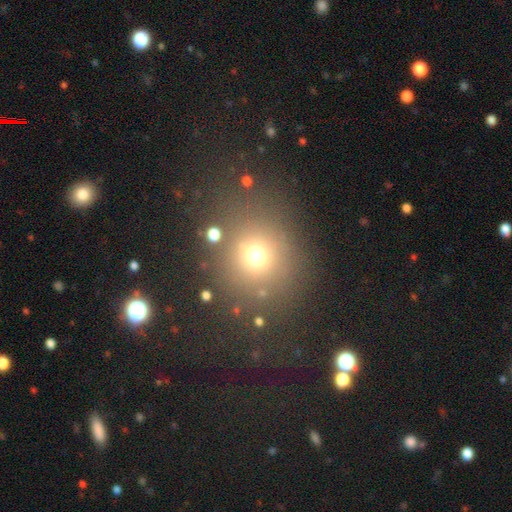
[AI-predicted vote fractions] Smooth or featured? smooth (67%)
How rounded? round (87%)
Merging? none (77%)